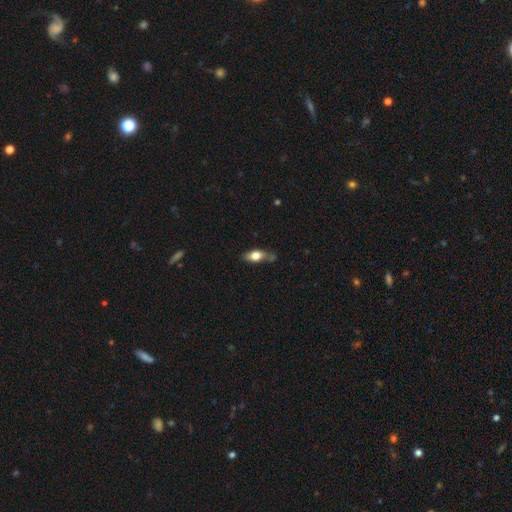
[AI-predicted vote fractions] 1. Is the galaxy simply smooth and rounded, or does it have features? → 66% smooth, 27% featured or disk, 7% star or artifact.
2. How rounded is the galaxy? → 75% in between, 18% cigar-shaped, 7% round.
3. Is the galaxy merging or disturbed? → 56% none, 28% minor disturbance, 8% merger, 8% major disturbance.